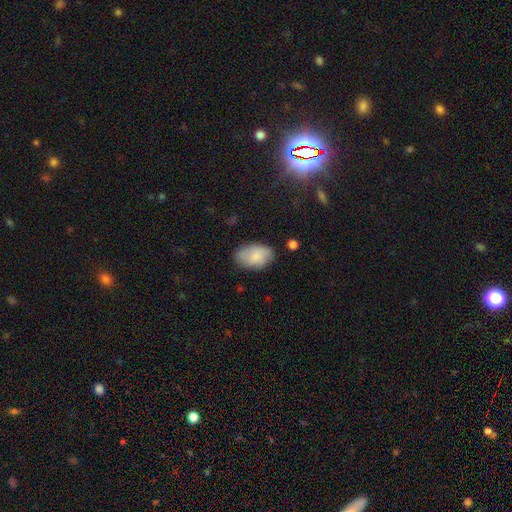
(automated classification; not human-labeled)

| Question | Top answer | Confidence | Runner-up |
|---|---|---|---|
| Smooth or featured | smooth | 81% | featured or disk (12%) |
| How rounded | in between | 92% | round (7%) |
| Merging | none | 76% | minor disturbance (18%) |